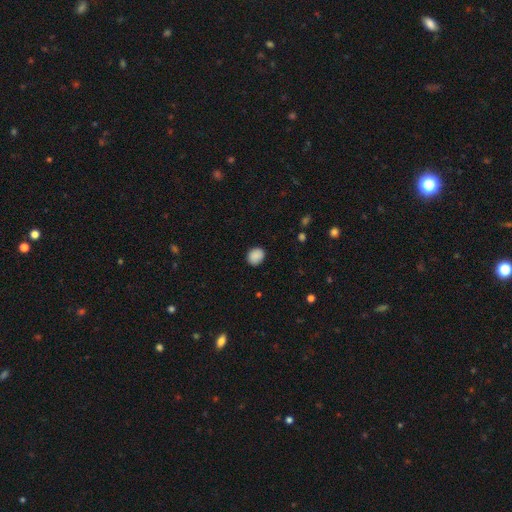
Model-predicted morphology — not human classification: smooth-or-featured: smooth: 88% | star or artifact: 8% | featured or disk: 4%
  how-rounded: round: 57% | in between: 42% | cigar-shaped: 1%
  merging: none: 85% | minor disturbance: 12% | major disturbance: 3% | merger: 1%